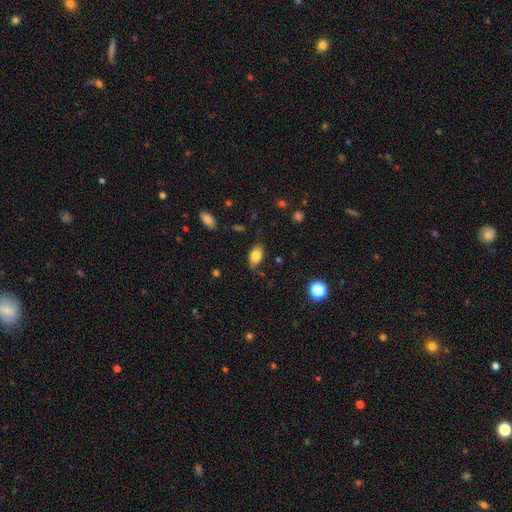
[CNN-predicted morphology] A smooth galaxy with no disk features (80%) that is in between round and cigar-shaped (91%). Merging: none (78%).